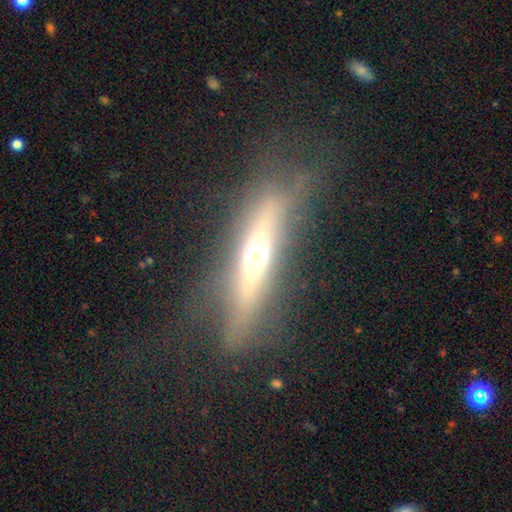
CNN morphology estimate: Smooth or featured?
  - featured or disk: 57% *
  - smooth: 31%
  - star or artifact: 11%
Edge-on disk?
  - yes: 81% *
  - no: 19%
Merging?
  - none: 72% *
  - minor disturbance: 14%
  - major disturbance: 12%
  - merger: 2%